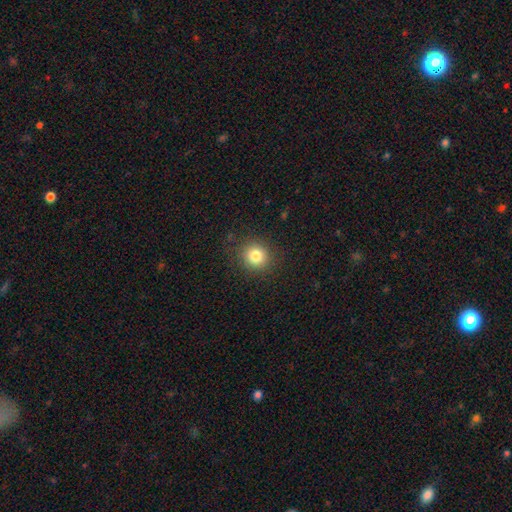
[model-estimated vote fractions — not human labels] A smooth galaxy with no disk features (82%) that is round (90%). Merging: none (89%).